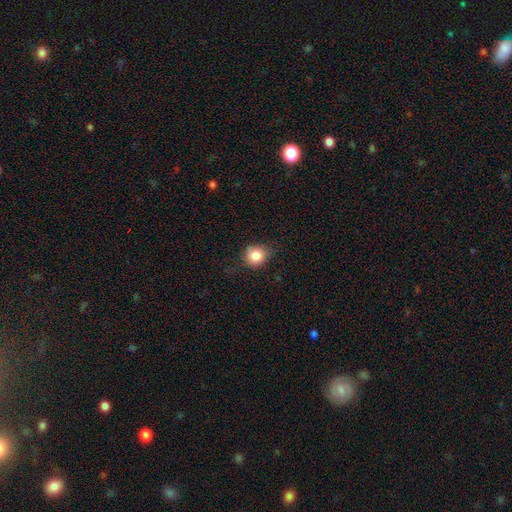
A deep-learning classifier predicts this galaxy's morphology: This appears to be a smooth galaxy with no disk features (84%) that is round (83%). Merging: none (73%).